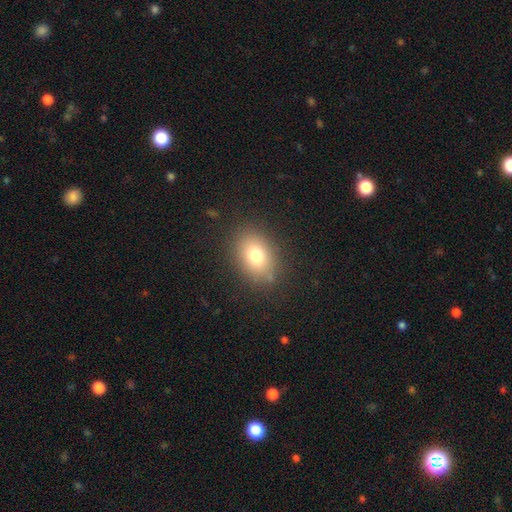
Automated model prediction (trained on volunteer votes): smooth_or_featured: smooth (p=0.76) [alt: featured or disk p=0.12]
how_rounded: in between (p=0.71) [alt: round p=0.28]
merging: none (p=0.83) [alt: minor disturbance p=0.11]